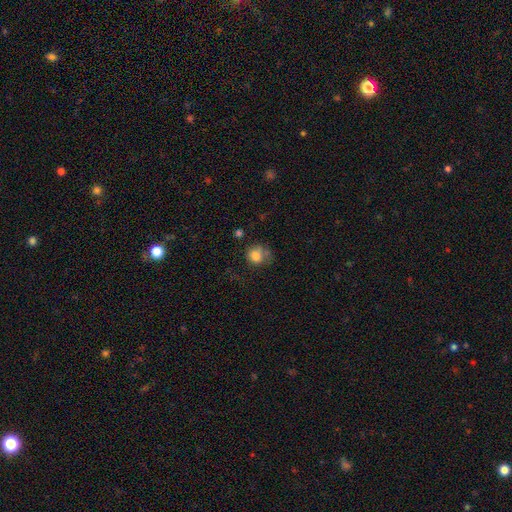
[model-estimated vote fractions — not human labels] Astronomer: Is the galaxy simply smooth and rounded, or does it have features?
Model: smooth — 78%.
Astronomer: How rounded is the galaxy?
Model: round — 74%.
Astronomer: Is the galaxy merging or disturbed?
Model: none — 46% (runner-up: minor disturbance, 27%).